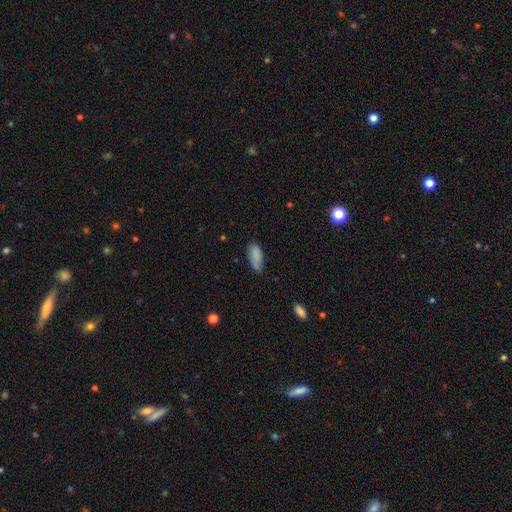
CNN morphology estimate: Smooth or featured? Predicted: smooth (p=0.84). How rounded? Predicted: in between (p=0.85). Merging? Predicted: none (p=0.54).